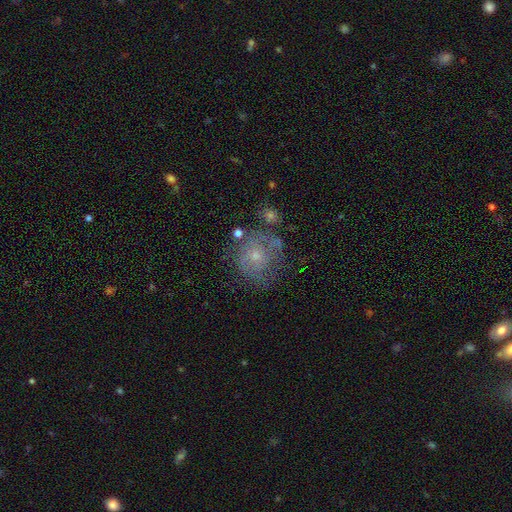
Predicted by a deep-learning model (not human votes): The model was most divided on "smooth or featured": featured or disk: 58%, smooth: 30%, star or artifact: 12%. More confident: edge-on disk — no (97%); bar — no (82%); spiral arms — yes (65%); bulge size — small (62%); merging — none (55%).